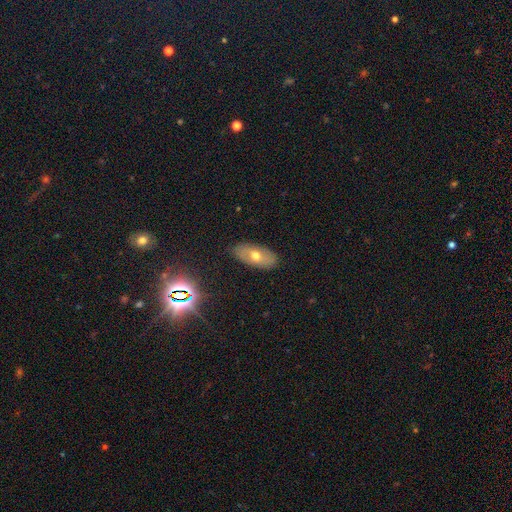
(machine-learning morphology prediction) Overall: smooth (55%; featured or disk 36%). How rounded: in between (89%). Merging: none (85%).